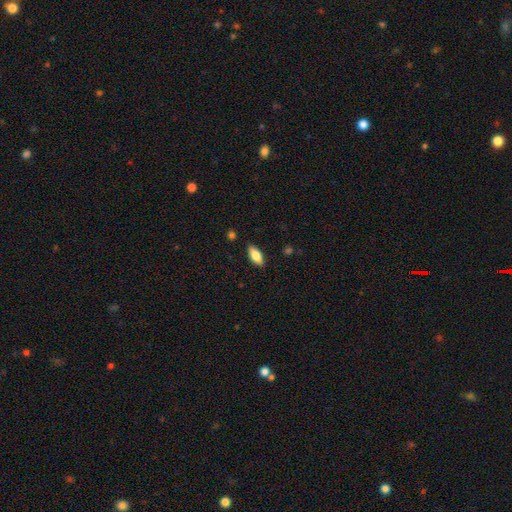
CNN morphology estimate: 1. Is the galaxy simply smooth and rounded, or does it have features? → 76% smooth, 18% featured or disk, 7% star or artifact.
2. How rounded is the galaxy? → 82% in between, 15% cigar-shaped, 2% round.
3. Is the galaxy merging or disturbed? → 87% none, 10% minor disturbance, 2% major disturbance, 1% merger.